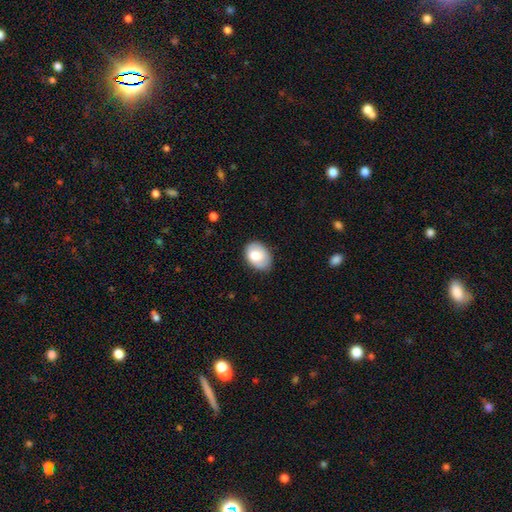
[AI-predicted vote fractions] Morphology: type=smooth (78%); roundness=in between (81%); merging=none (73%).